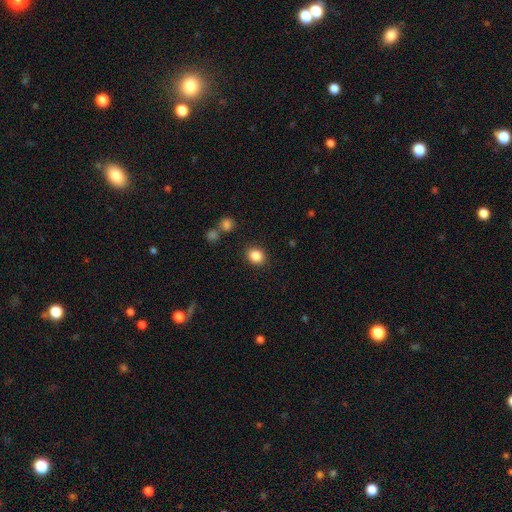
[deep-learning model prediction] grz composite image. It shows a smooth galaxy with no disk features (86%) that is round (61%). Merging: none (87%).